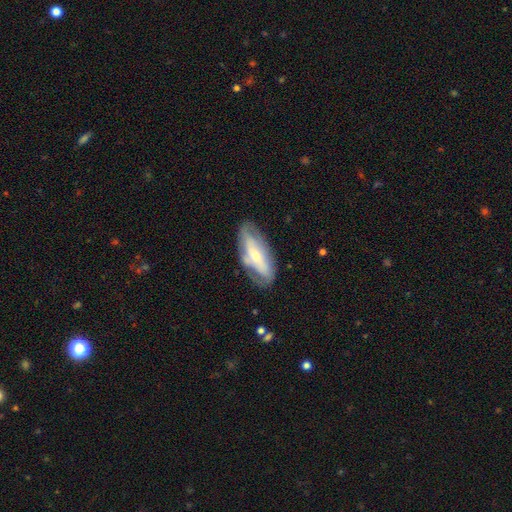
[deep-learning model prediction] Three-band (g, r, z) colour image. It shows a featured or disk galaxy (61%). Merging: none (66%).